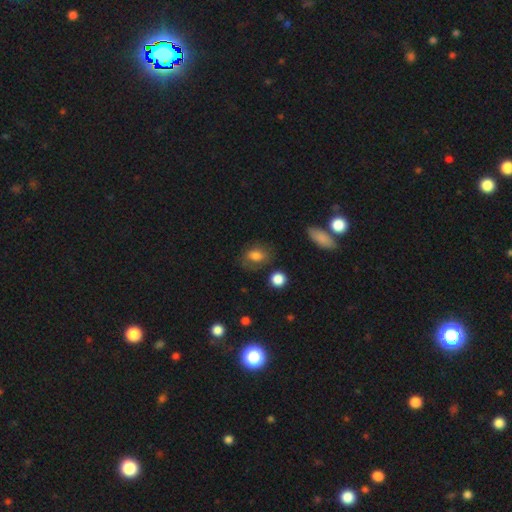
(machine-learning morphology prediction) smooth-or-featured: smooth: 75% | featured or disk: 15% | star or artifact: 11%
  how-rounded: in between: 72% | round: 26% | cigar-shaped: 2%
  merging: none: 64% | minor disturbance: 22% | major disturbance: 10% | merger: 4%